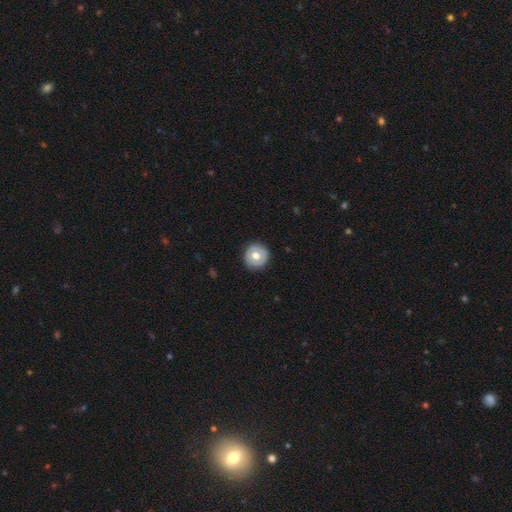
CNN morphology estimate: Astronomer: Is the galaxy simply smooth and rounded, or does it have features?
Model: smooth — 62%.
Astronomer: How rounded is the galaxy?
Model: round — 95%.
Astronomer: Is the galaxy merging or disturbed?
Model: none — 91%.